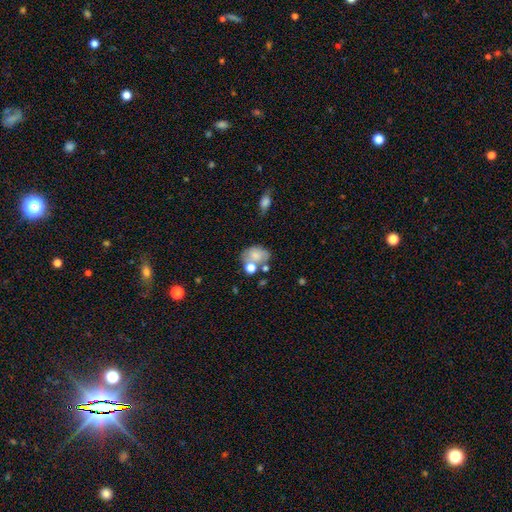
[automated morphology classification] Q: Smooth or featured?
A: smooth (72%); runner-up: featured or disk (18%)
Q: How rounded?
A: in between (68%); runner-up: round (31%)
Q: Merging?
A: none (41%); runner-up: merger (29%)